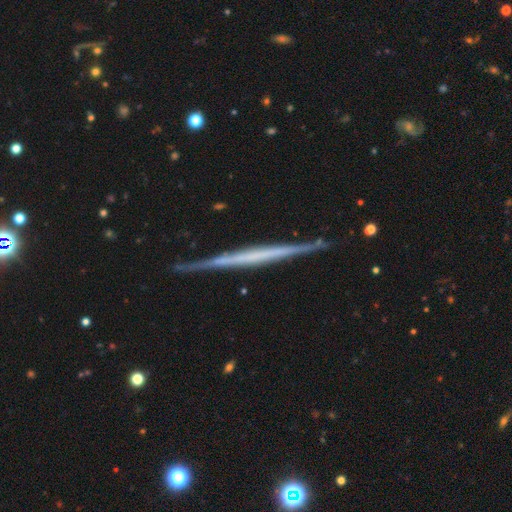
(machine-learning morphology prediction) Q: Smooth or featured?
A: featured or disk (72%); runner-up: smooth (23%)
Q: Edge-on disk?
A: yes (98%); runner-up: no (2%)
Q: Edge-on bulge?
A: none (85%); runner-up: boxy (7%)
Q: Merging?
A: none (88%); runner-up: minor disturbance (9%)